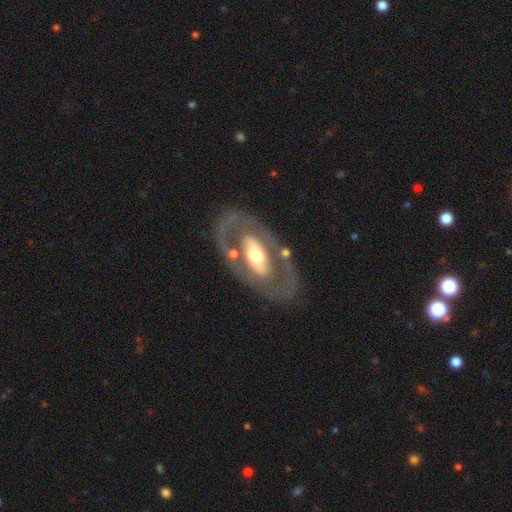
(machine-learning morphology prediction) This is likely a featured or disk galaxy (71%). It is clearly not viewed edge-on (89%). Bar: possibly no (60%). Spiral arm pattern: likely no (73%). Central bulge: likely moderate (63%). Merging: likely none (71%).